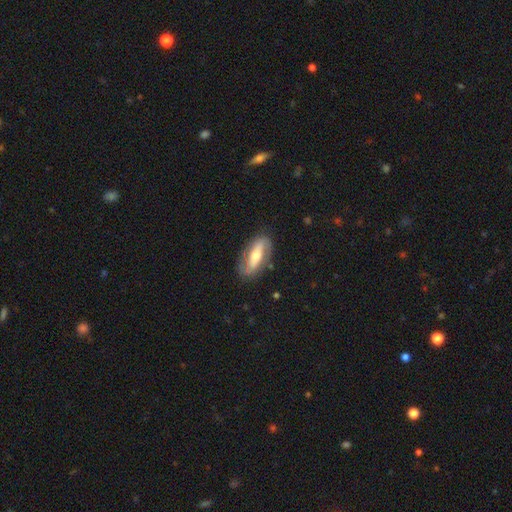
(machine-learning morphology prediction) The model was most divided on "bar": strong: 53%, weak: 25%, no: 22%. More confident: edge-on disk — no (84%); merging — none (81%); spiral arms — yes (78%); smooth or featured — featured or disk (69%); bulge size — moderate (64%).